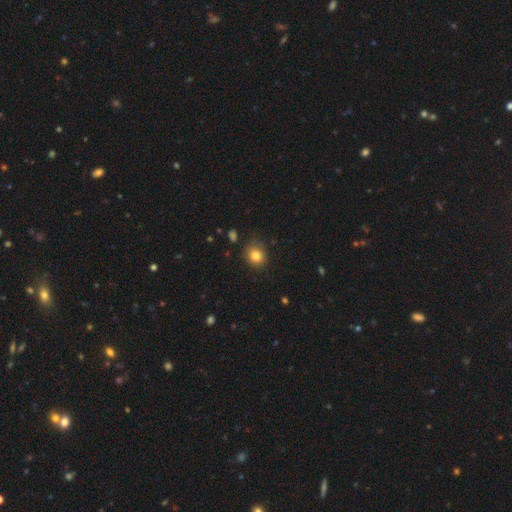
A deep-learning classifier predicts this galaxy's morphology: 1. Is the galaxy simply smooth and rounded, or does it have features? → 82% smooth, 11% star or artifact, 7% featured or disk.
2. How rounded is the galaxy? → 77% round, 22% in between, 1% cigar-shaped.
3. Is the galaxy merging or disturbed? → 81% none, 14% minor disturbance, 3% major disturbance, 2% merger.